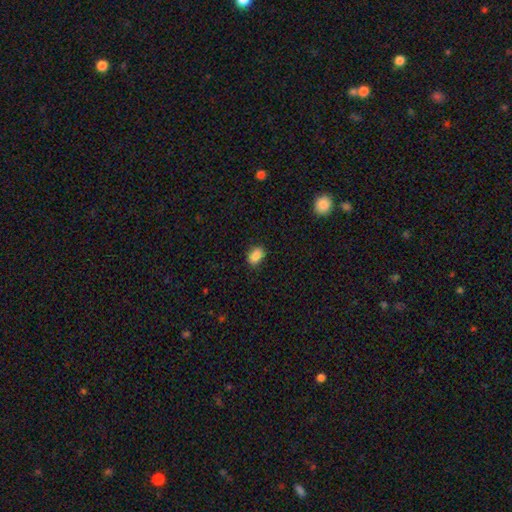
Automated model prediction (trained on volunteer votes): Overall: smooth (88%). How rounded: in between (85%). Merging: none (84%).